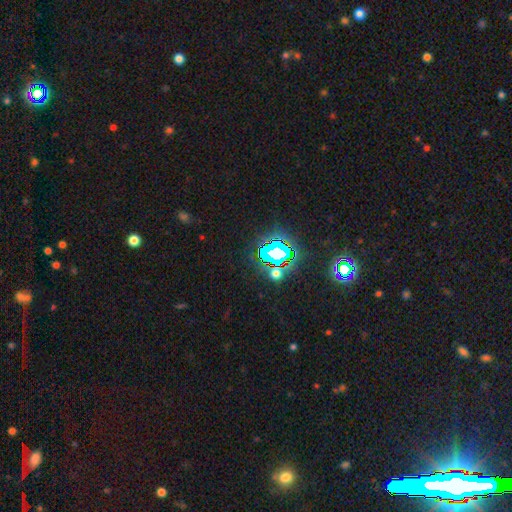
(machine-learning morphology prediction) Overall: star or artifact (83%).